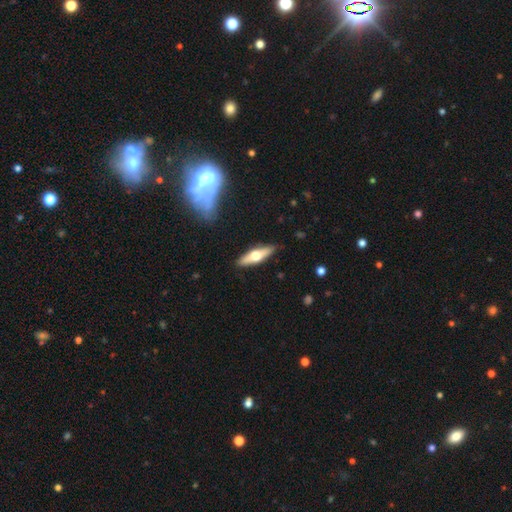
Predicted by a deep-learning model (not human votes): smooth_or_featured: featured or disk (p=0.52) [alt: smooth p=0.43]
disk_edge_on: yes (p=0.89) [alt: no p=0.11]
merging: none (p=0.88) [alt: minor disturbance p=0.09]